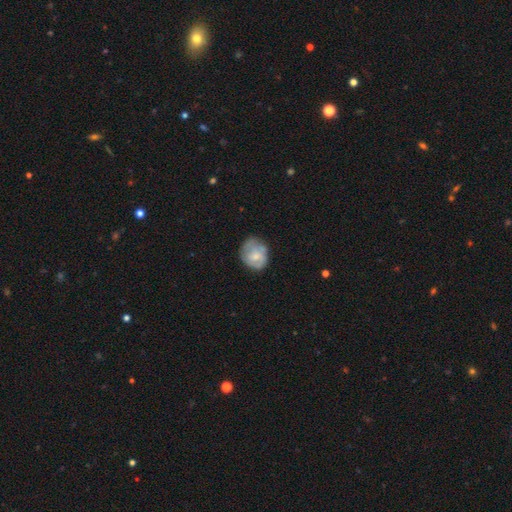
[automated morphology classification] Smooth or featured? smooth (56%)
How rounded? round (56%)
Merging? none (56%)